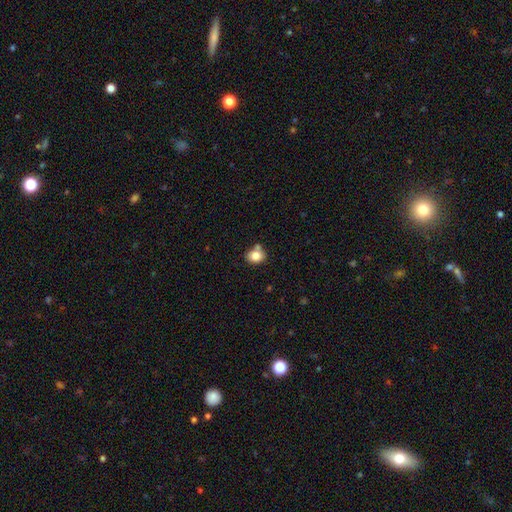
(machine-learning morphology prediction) Smooth or featured: smooth — 82% (star or artifact — 10%)
How rounded: round — 56% (in between — 43%)
Merging: none — 66% (merger — 16%)